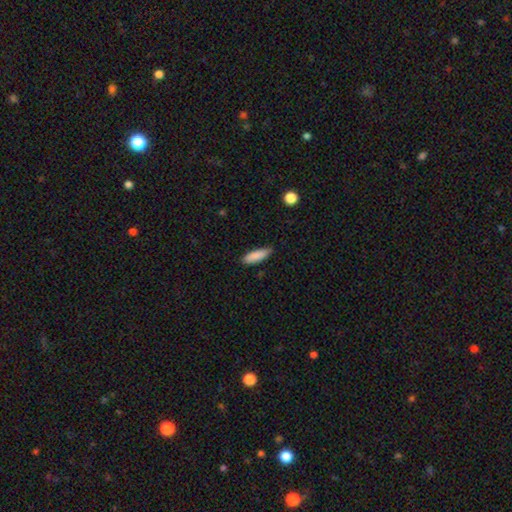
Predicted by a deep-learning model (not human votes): This is clearly a smooth galaxy (88%). How rounded: possibly cigar-shaped (53%). Merging: clearly none (81%).